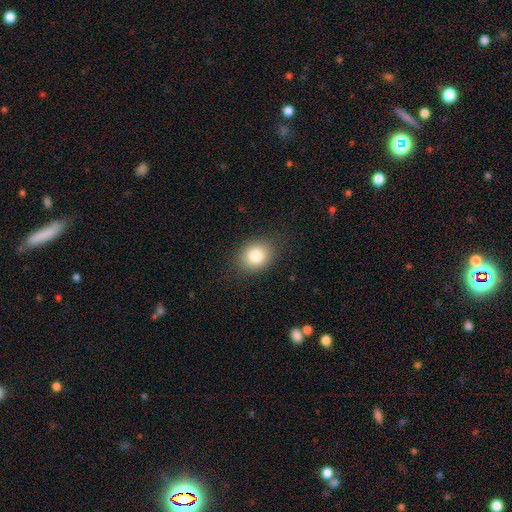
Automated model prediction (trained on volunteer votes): smooth 83%, star or artifact 10%, featured or disk 8%. Down the decision tree: how rounded — round (51%); merging — none (85%).